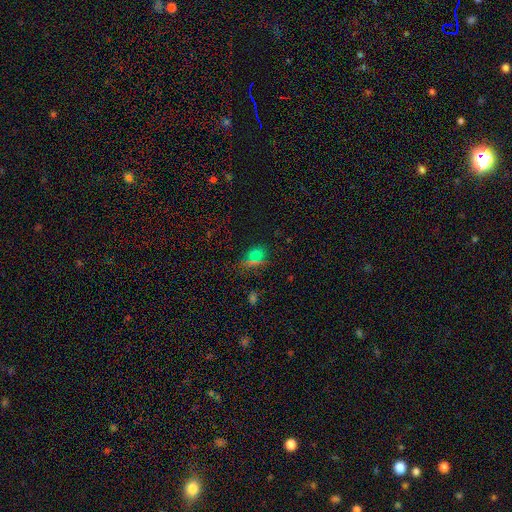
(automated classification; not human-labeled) This appears to be a smooth galaxy with no disk features (59%) that is in between round and cigar-shaped (58%). Merging: none (77%).